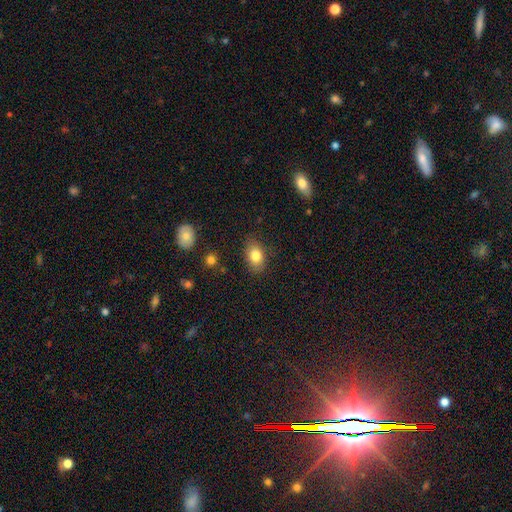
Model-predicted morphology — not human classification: A smooth galaxy with no disk features (81%) that is in between round and cigar-shaped (83%). Merging: none (82%).